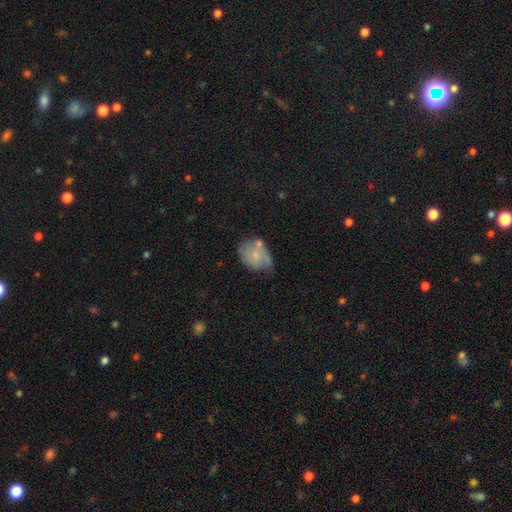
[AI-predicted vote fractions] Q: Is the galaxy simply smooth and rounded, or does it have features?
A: smooth — 50%.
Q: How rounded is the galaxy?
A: in between — 62%.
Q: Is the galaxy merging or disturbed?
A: none — 39%.